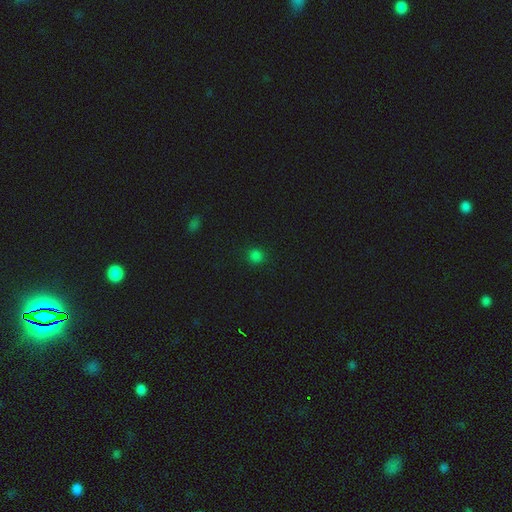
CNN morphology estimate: Q: Smooth or featured?
A: smooth (79%); runner-up: star or artifact (18%)
Q: How rounded?
A: round (90%); runner-up: in between (9%)
Q: Merging?
A: none (89%); runner-up: minor disturbance (7%)